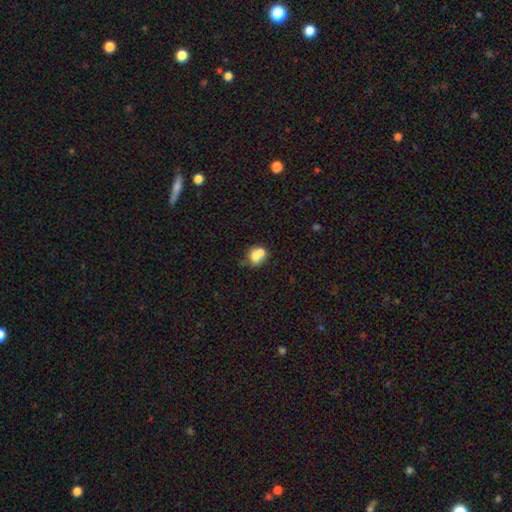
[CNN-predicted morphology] This appears to be a smooth galaxy with no disk features (68%) that is round (59%). Merging: merger (52%).